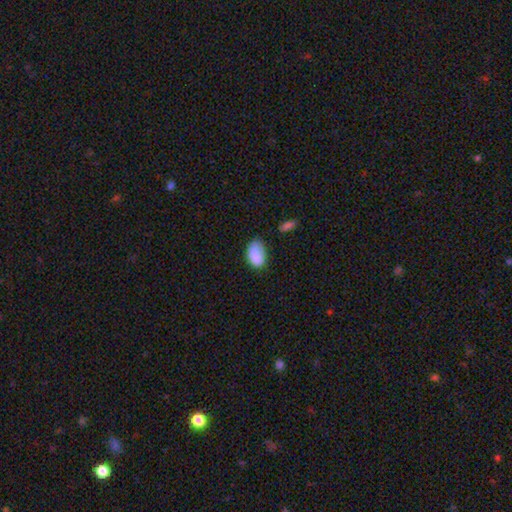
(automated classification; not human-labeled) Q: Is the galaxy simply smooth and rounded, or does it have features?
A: smooth — 87%.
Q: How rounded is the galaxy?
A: in between — 91%.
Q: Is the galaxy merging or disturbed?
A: none — 62%.